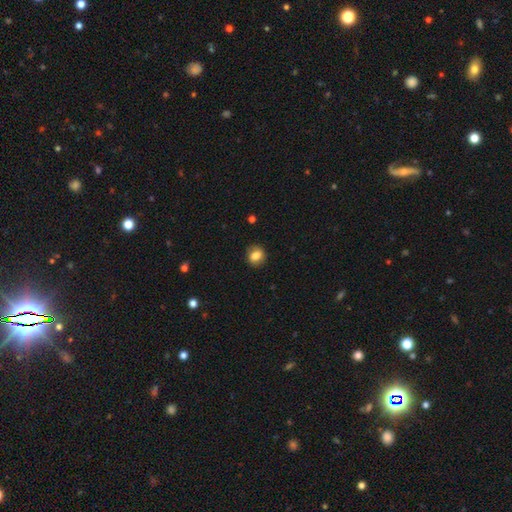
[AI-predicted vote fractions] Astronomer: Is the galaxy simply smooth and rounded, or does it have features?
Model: smooth — 80%.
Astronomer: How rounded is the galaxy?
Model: round — 71%.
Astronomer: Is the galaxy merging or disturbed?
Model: none — 88%.